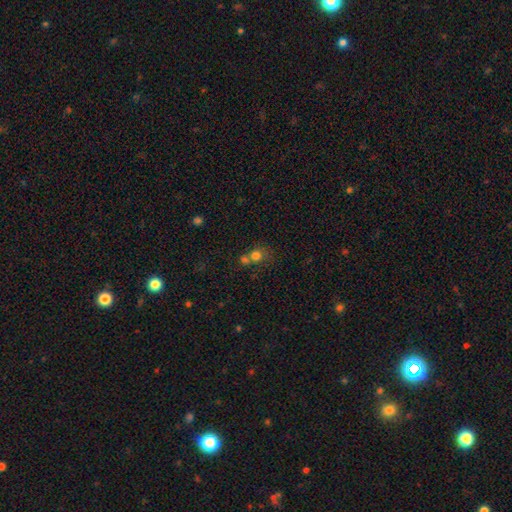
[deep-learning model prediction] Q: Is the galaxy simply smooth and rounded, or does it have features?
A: smooth — 75%.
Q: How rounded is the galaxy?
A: round — 80%.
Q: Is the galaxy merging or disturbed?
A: merger — 46%.